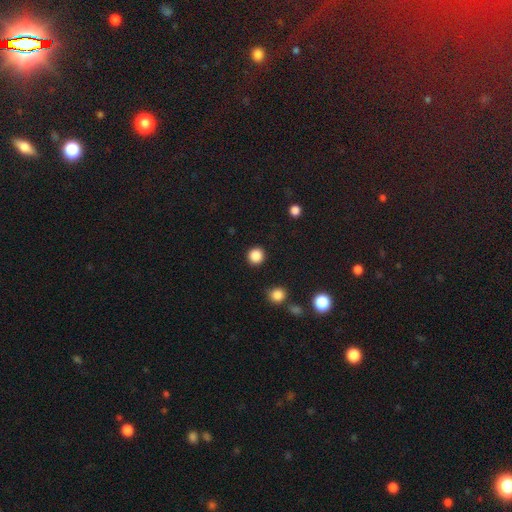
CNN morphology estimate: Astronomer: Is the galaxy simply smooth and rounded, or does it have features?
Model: smooth — 86%.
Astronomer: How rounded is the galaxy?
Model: round — 94%.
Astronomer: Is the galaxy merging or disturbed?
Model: none — 92%.